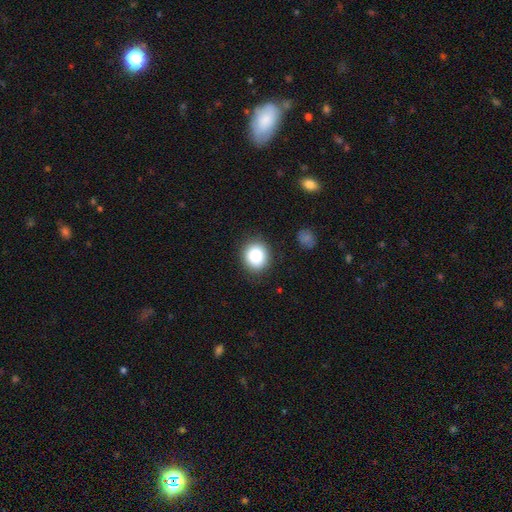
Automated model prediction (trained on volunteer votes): This appears to be a smooth galaxy with no disk features (87%) that is round (76%). Merging: none (87%).